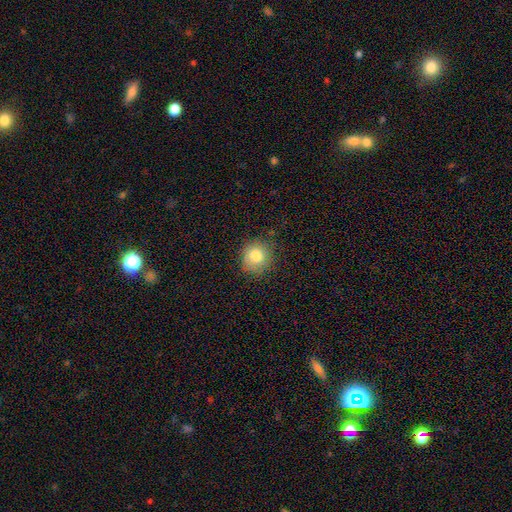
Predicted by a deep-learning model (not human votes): Smooth or featured? Predicted: smooth (p=0.83). How rounded? Predicted: round (p=0.87). Merging? Predicted: none (p=0.81).